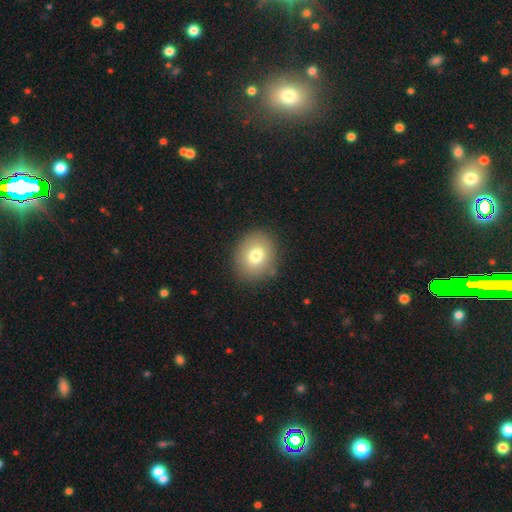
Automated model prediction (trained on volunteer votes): A smooth galaxy with no disk features (76%) that is round (59%). Merging: none (85%).